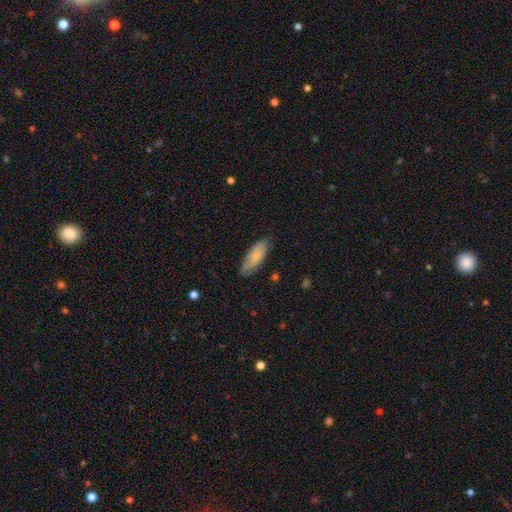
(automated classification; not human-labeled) Smooth or featured? Predicted: smooth (p=0.74). How rounded? Predicted: in between (p=0.74). Merging? Predicted: none (p=0.77).